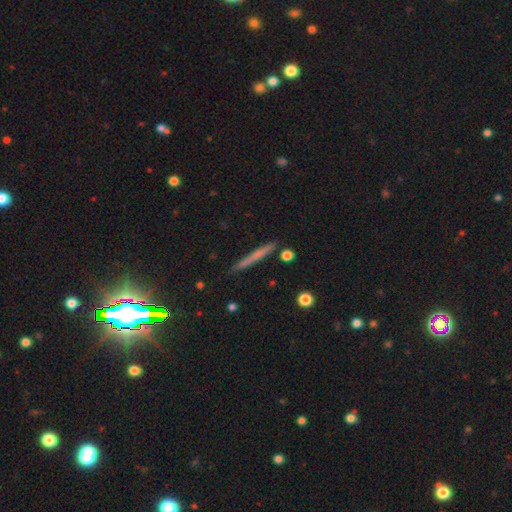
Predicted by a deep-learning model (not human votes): Smooth or featured?
  - smooth: 54% *
  - featured or disk: 36%
  - star or artifact: 10%
How rounded?
  - cigar-shaped: 95% *
  - in between: 3%
  - round: 2%
Merging?
  - none: 88% *
  - minor disturbance: 8%
  - merger: 2%
  - major disturbance: 2%